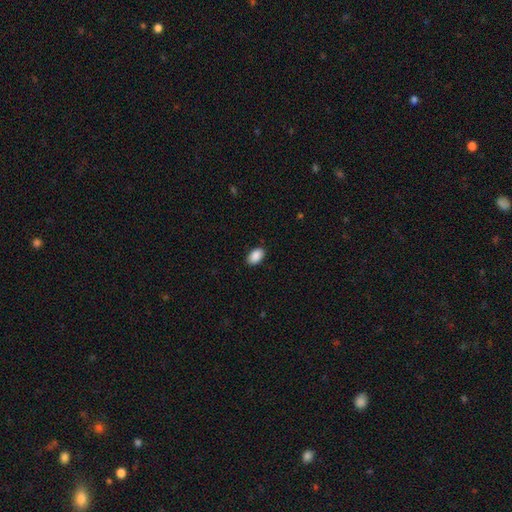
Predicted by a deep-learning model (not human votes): A smooth galaxy with no disk features (90%) that is in between round and cigar-shaped (92%). Merging: none (88%).